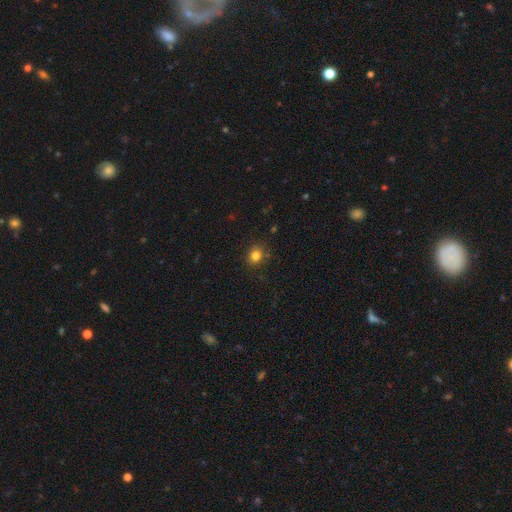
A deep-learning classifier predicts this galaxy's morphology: A smooth galaxy with no disk features (81%) that is round (72%). Merging: none (84%).